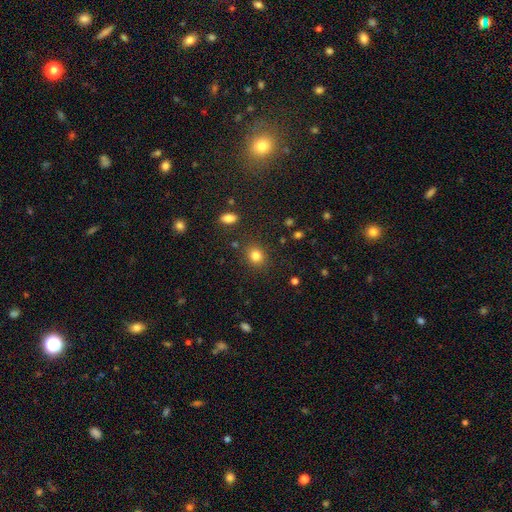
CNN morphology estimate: The model was most divided on "how rounded": round: 73%, in between: 26%, cigar-shaped: 1%. More confident: merging — none (86%); smooth or featured — smooth (82%).